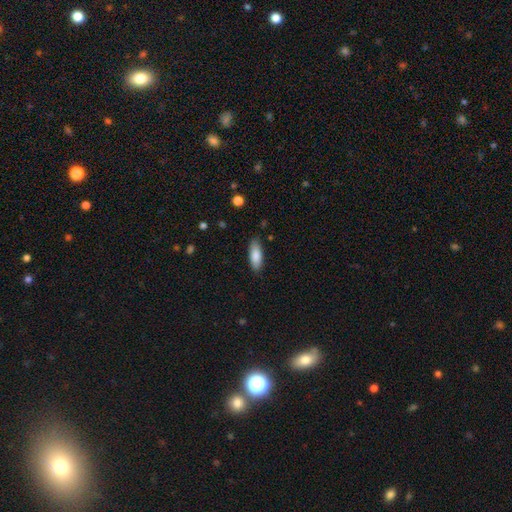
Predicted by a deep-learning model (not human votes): Smooth or featured? Predicted: smooth (p=0.85). How rounded? Predicted: in between (p=0.68). Merging? Predicted: none (p=0.85).